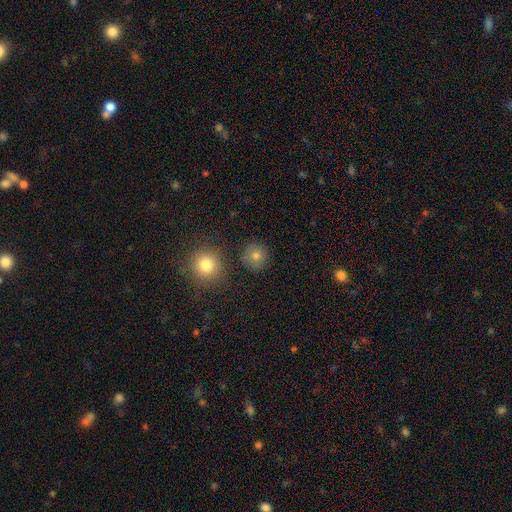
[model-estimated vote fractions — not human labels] smooth_or_featured: smooth (p=0.78) [alt: star or artifact p=0.15]
how_rounded: round (p=0.93) [alt: in between p=0.07]
merging: none (p=0.86) [alt: minor disturbance p=0.08]